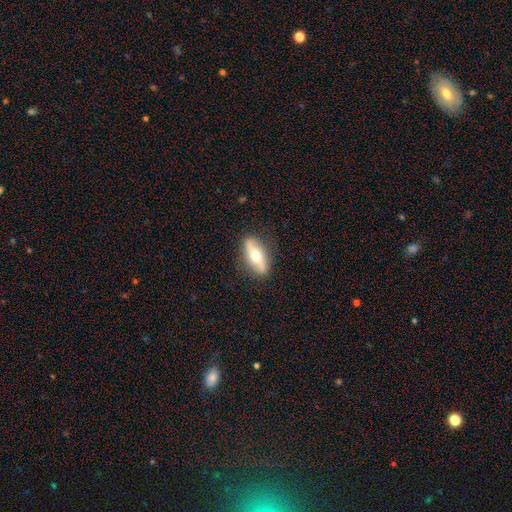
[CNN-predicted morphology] This appears to be a featured or disk galaxy (53%) viewed edge-on (55%). Merging: none (85%).